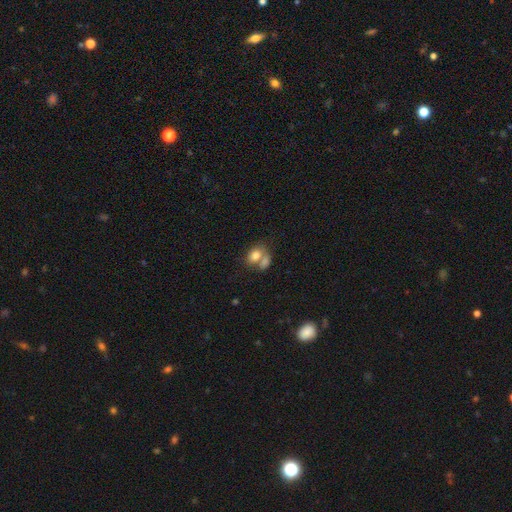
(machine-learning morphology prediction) A smooth galaxy with no disk features (79%) that is in between round and cigar-shaped (73%). Merging: merger (53%).